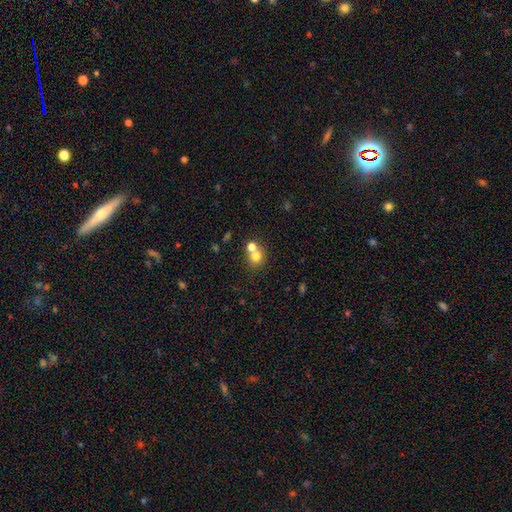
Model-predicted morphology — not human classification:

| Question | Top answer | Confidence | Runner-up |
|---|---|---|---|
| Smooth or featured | smooth | 73% | star or artifact (14%) |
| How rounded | round | 76% | in between (23%) |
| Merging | merger | 50% | none (40%) |